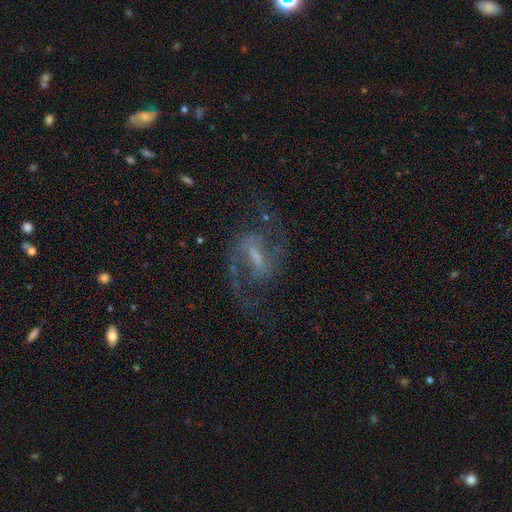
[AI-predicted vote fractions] Q: Smooth or featured?
A: featured or disk (86%); runner-up: star or artifact (7%)
Q: Edge-on disk?
A: no (96%); runner-up: yes (4%)
Q: Bar?
A: strong (46%); runner-up: weak (43%)
Q: Spiral arms?
A: yes (95%); runner-up: no (5%)
Q: Spiral winding?
A: medium (55%); runner-up: loose (34%)
Q: Spiral arm count?
A: 2 (91%); runner-up: can't tell (3%)
Q: Bulge size?
A: small (42%); runner-up: moderate (27%)
Q: Merging?
A: none (72%); runner-up: minor disturbance (13%)